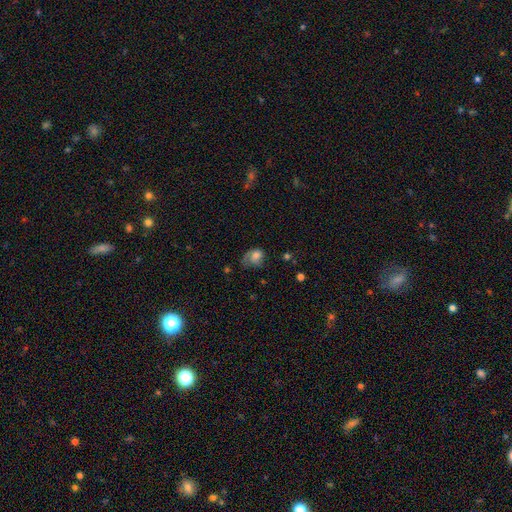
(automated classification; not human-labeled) A smooth galaxy with no disk features (54%) that is in between round and cigar-shaped (55%). Merging: none (35%).